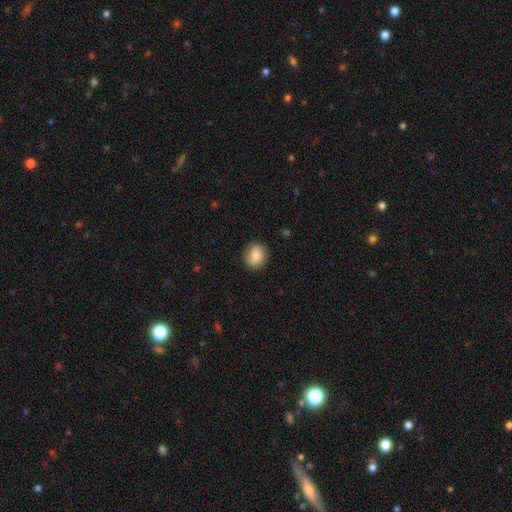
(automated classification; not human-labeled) This is clearly a smooth galaxy (80%). How rounded: likely round (68%). Merging: clearly none (83%).